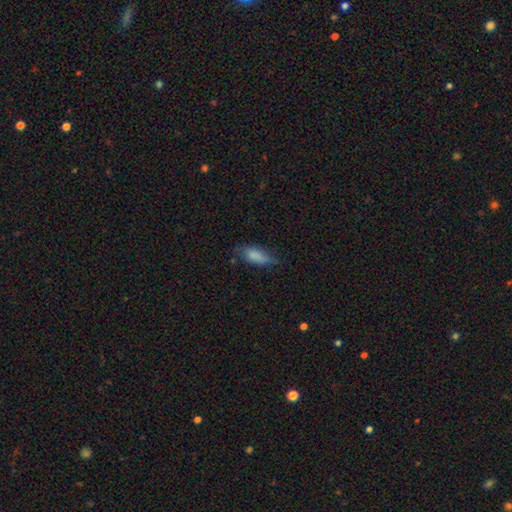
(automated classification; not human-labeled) Smooth or featured?
  - smooth: 81% *
  - featured or disk: 11%
  - star or artifact: 8%
How rounded?
  - in between: 78% *
  - cigar-shaped: 19%
  - round: 3%
Merging?
  - none: 55% *
  - minor disturbance: 33%
  - major disturbance: 10%
  - merger: 2%